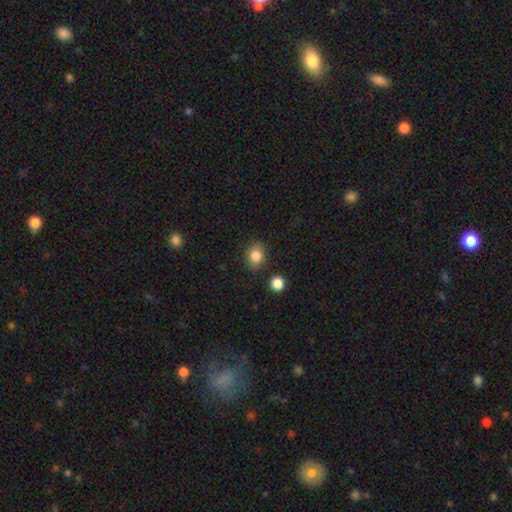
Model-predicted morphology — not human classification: smooth 85%, star or artifact 9%, featured or disk 5%. Down the decision tree: how rounded — in between (50%); merging — none (81%).